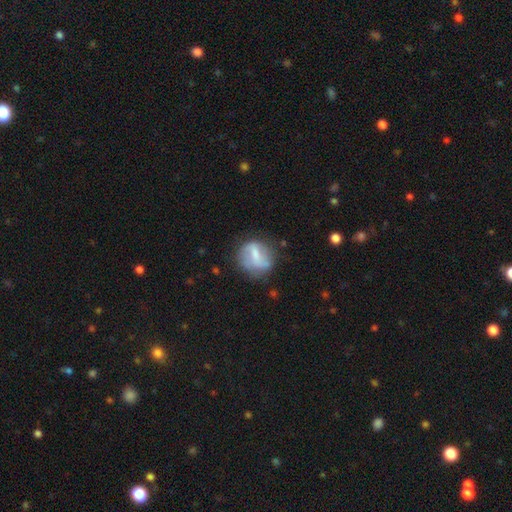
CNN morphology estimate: This is possibly a featured or disk galaxy (46%, tied with smooth). Merging: possibly none (58%).